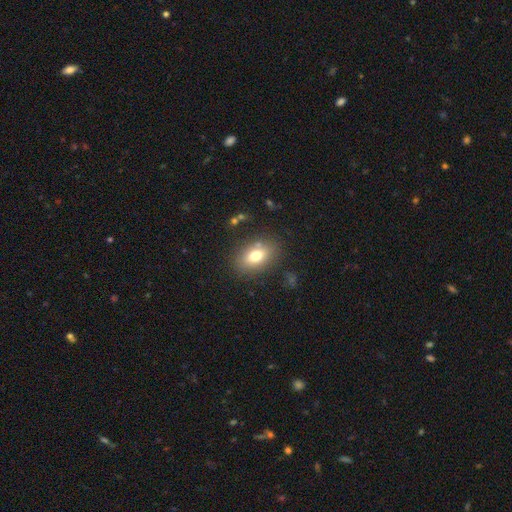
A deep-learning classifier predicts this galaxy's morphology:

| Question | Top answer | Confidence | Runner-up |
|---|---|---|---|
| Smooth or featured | smooth | 74% | featured or disk (16%) |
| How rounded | in between | 83% | round (15%) |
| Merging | none | 80% | minor disturbance (12%) |